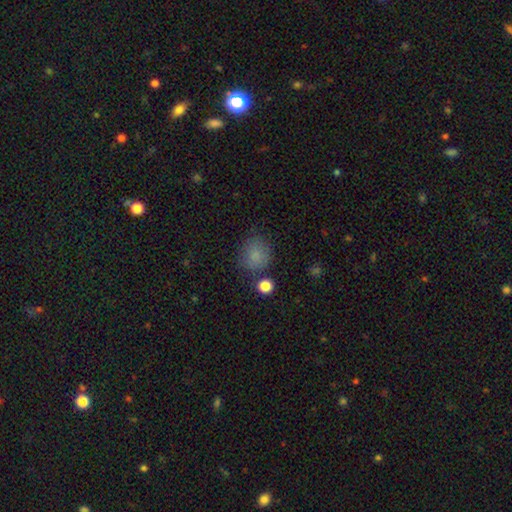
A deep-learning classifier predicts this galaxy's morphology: A smooth galaxy with no disk features (82%) that is round (80%).

Vote fractions:
- Smooth or featured? smooth: 82% / star or artifact: 12% / featured or disk: 6%
- How rounded? round: 80% / in between: 19% / cigar-shaped: 1%
- Merging? none: 74% / minor disturbance: 16% / major disturbance: 5% / merger: 5%